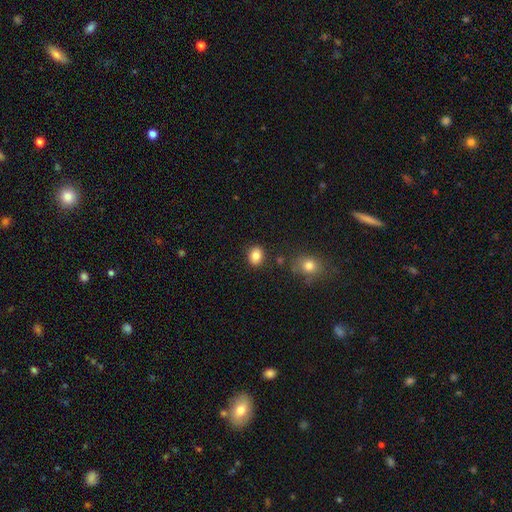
smooth-or-featured: smooth: 87% | featured or disk: 8% | star or artifact: 5%
  how-rounded: in between: 71% | round: 29% | cigar-shaped: 0%
  merging: none: 81% | minor disturbance: 11% | major disturbance: 5% | merger: 3%